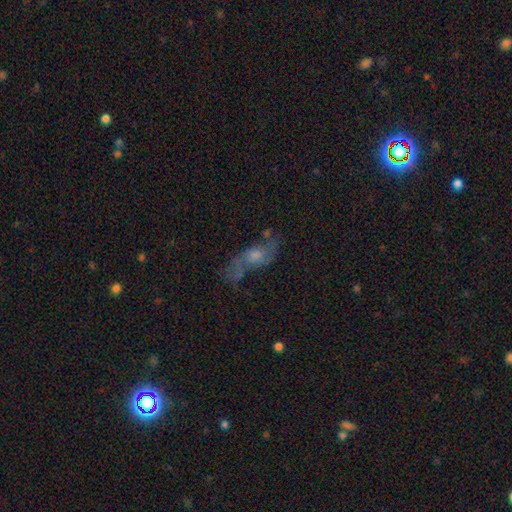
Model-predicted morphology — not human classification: Smooth or featured? featured or disk (59%)
Edge-on disk? no (84%)
Merging? none (67%)